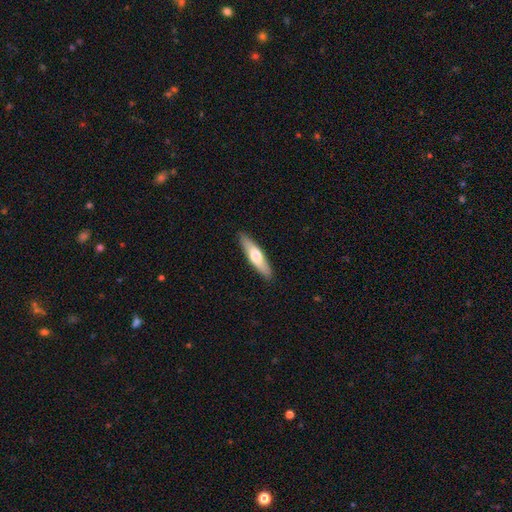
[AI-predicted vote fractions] smooth_or_featured: smooth (p=0.58) [alt: featured or disk p=0.37]
how_rounded: cigar-shaped (p=0.75) [alt: in between p=0.23]
merging: none (p=0.89) [alt: minor disturbance p=0.08]